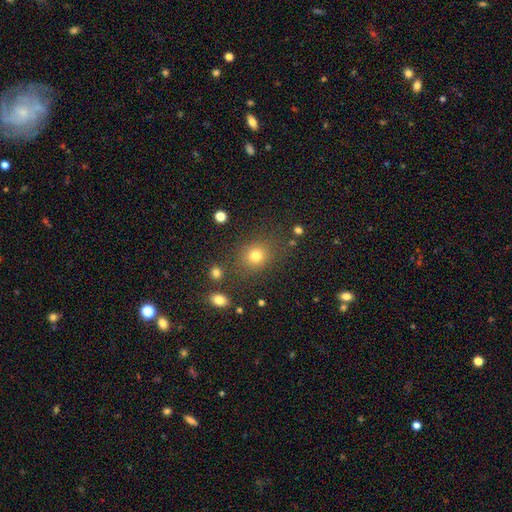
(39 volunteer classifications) This appears to be a smooth galaxy with no disk features (85%) that is round (85%). Merging: none (89%).